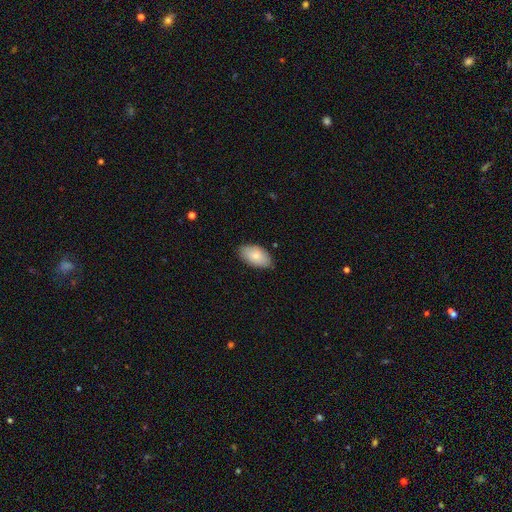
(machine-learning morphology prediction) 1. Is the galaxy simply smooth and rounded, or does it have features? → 81% smooth, 13% featured or disk, 6% star or artifact.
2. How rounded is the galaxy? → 94% in between, 4% round, 2% cigar-shaped.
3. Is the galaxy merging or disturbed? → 80% none, 17% minor disturbance, 2% major disturbance, 1% merger.